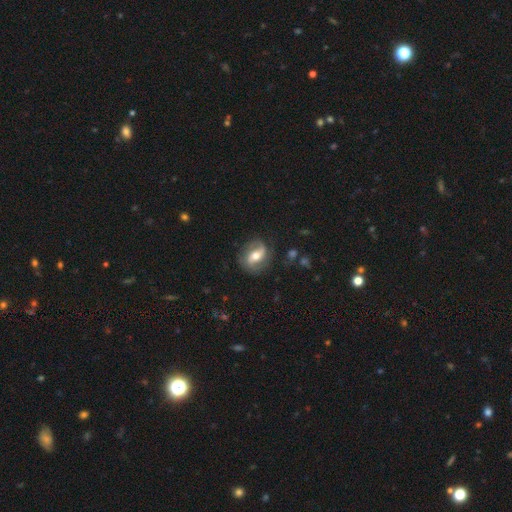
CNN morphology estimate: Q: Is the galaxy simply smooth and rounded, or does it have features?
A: featured or disk — 71%.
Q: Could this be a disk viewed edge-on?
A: no — 95%.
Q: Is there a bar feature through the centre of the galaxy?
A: weak — 38%.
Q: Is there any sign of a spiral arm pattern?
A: yes — 85%.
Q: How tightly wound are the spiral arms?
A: loose — 41%.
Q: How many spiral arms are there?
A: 2 — 85%.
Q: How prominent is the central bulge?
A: moderate — 70%.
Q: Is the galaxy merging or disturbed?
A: none — 77%.